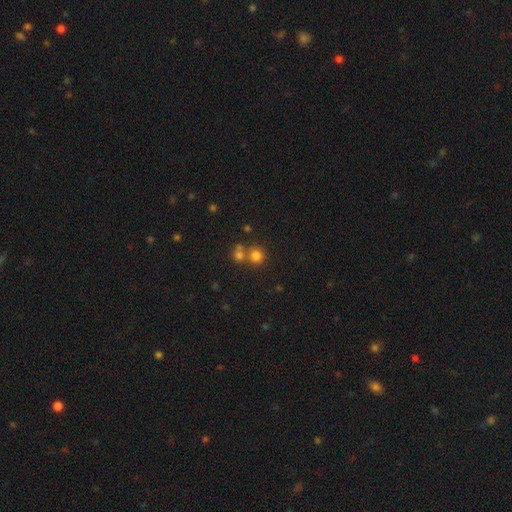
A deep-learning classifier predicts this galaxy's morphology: Q: Smooth or featured?
A: smooth (77%); runner-up: star or artifact (16%)
Q: How rounded?
A: round (90%); runner-up: in between (9%)
Q: Merging?
A: none (60%); runner-up: merger (31%)